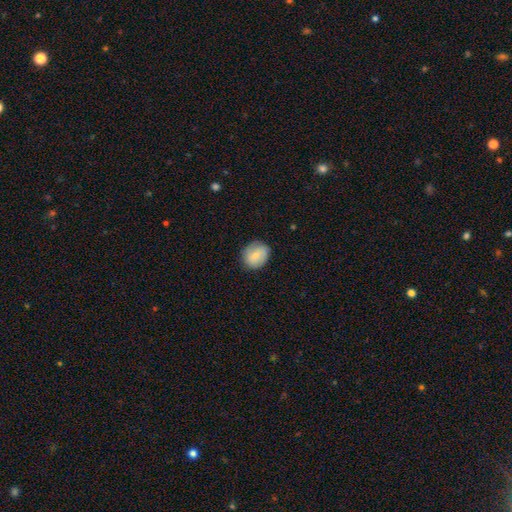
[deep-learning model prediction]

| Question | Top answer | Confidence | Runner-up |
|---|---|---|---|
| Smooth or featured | smooth | 75% | featured or disk (18%) |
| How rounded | round | 65% | in between (34%) |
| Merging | none | 79% | minor disturbance (16%) |